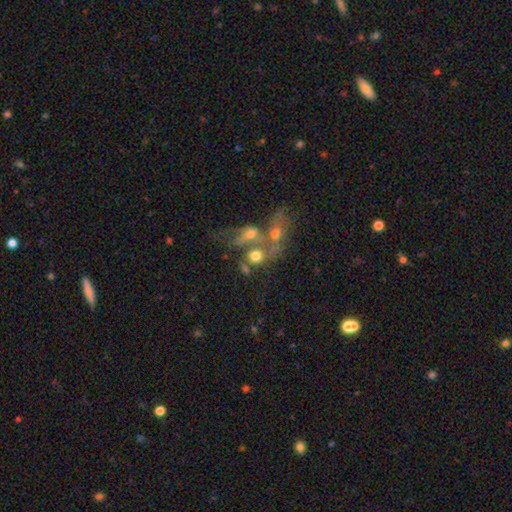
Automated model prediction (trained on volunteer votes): Smooth or featured? smooth (58%)
How rounded? round (57%)
Merging? merger (59%)